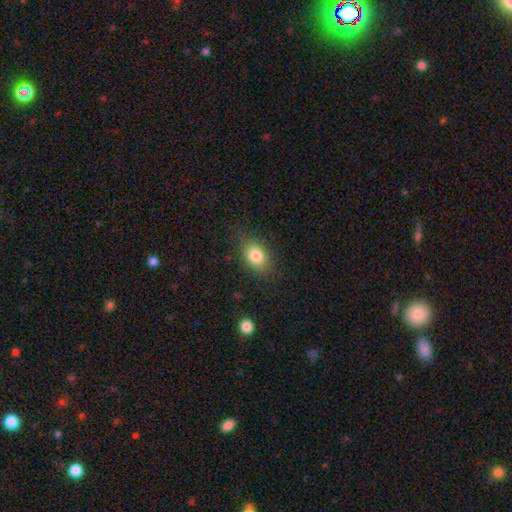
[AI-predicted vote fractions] Morphology: type=smooth (81%); roundness=in between (75%); merging=none (80%).